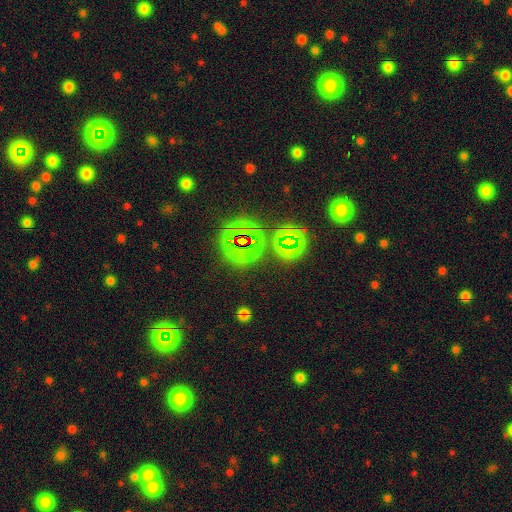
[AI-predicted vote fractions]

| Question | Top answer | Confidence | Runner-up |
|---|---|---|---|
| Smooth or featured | star or artifact | 71% | smooth (20%) |